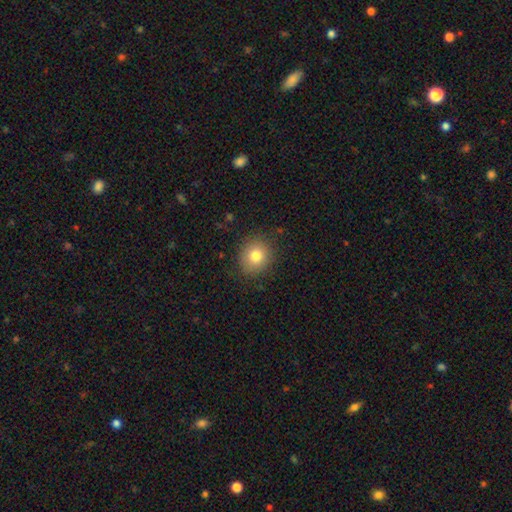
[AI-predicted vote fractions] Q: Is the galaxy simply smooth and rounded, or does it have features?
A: smooth — 79%.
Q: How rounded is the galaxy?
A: round — 83%.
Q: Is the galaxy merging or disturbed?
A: none — 85%.